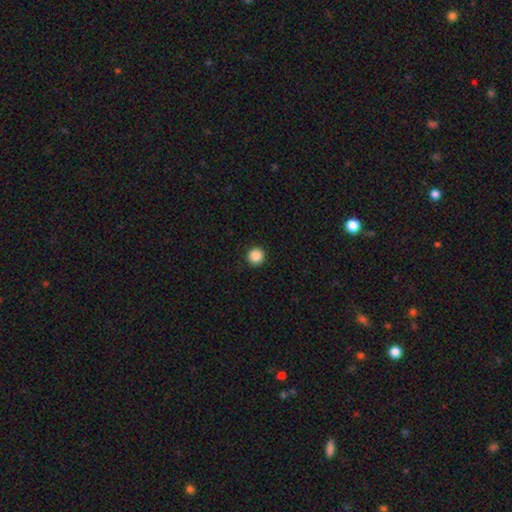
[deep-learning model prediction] Smooth or featured?
  - smooth: 88% *
  - star or artifact: 10%
  - featured or disk: 2%
How rounded?
  - round: 96% *
  - in between: 3%
  - cigar-shaped: 1%
Merging?
  - none: 93% *
  - minor disturbance: 4%
  - major disturbance: 2%
  - merger: 1%